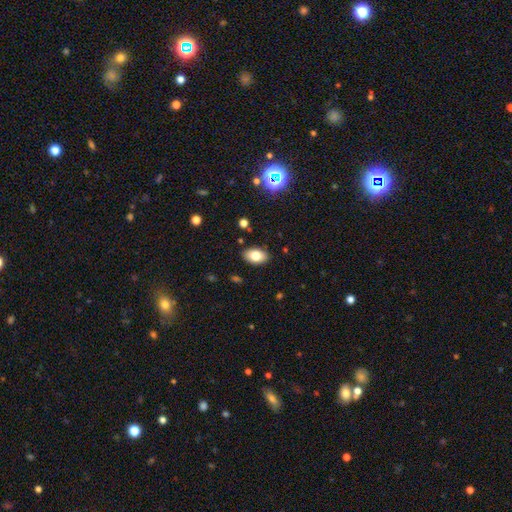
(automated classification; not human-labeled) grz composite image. It shows a smooth galaxy with no disk features (78%) that is in between round and cigar-shaped (89%). Merging: none (87%).